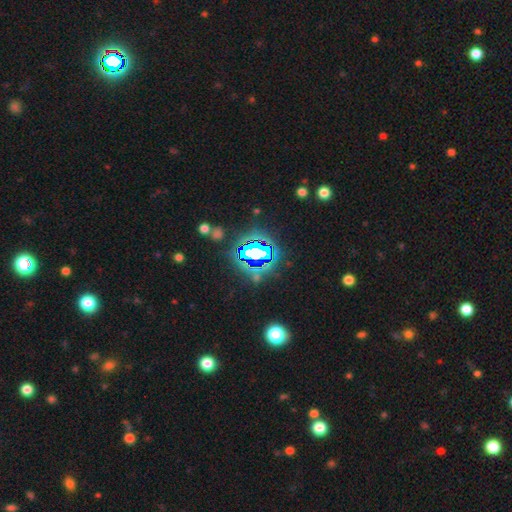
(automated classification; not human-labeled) The model was most divided on "smooth or featured": star or artifact: 74%, smooth: 15%, featured or disk: 11%.